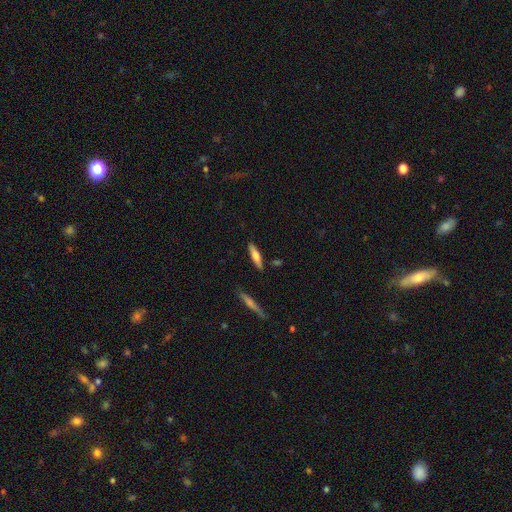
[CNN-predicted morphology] The model was most divided on "smooth or featured": smooth: 60%, featured or disk: 34%, star or artifact: 6%. More confident: merging — none (86%); how rounded — cigar-shaped (74%).